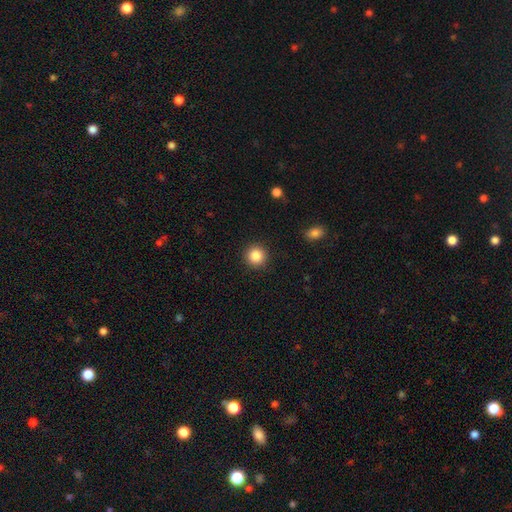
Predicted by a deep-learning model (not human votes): This appears to be a smooth galaxy with no disk features (86%) that is round (94%). Merging: none (91%).